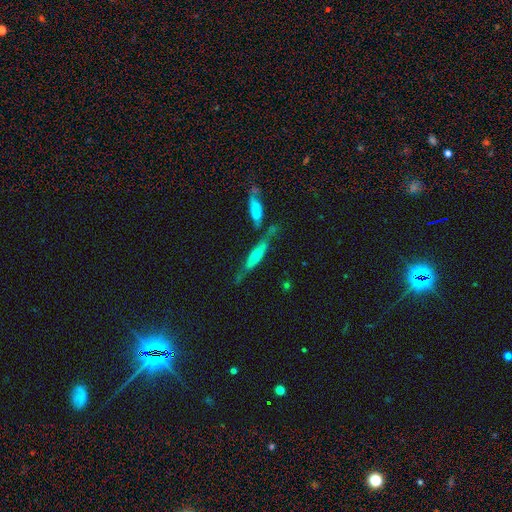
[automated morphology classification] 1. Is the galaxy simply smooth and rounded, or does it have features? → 50% smooth, 43% featured or disk, 7% star or artifact.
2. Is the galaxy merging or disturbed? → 47% none, 29% merger, 16% minor disturbance, 8% major disturbance.